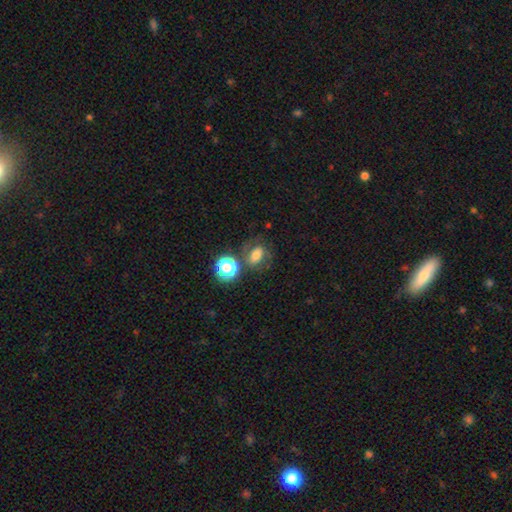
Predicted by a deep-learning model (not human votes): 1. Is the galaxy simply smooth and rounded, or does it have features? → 55% smooth, 27% featured or disk, 18% star or artifact.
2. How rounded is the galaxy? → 58% in between, 40% round, 2% cigar-shaped.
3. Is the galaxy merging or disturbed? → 57% none, 17% minor disturbance, 15% merger, 10% major disturbance.